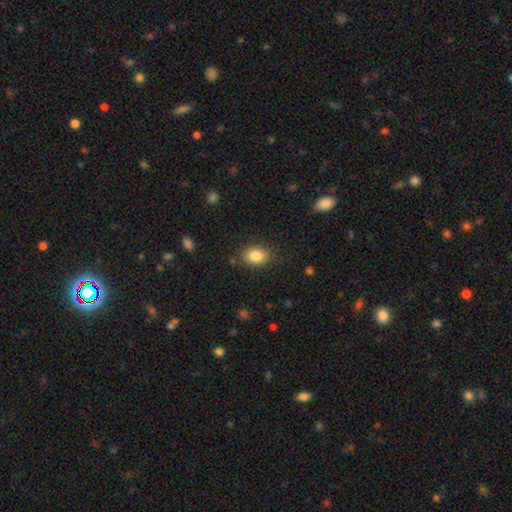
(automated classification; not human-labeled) Morphology: type=smooth (86%); roundness=in between (76%); merging=none (84%).